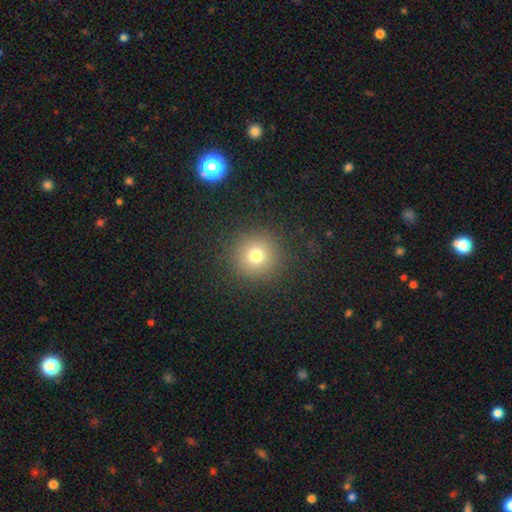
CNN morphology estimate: Q: Smooth or featured?
A: smooth (75%); runner-up: star or artifact (16%)
Q: How rounded?
A: round (95%); runner-up: in between (4%)
Q: Merging?
A: none (90%); runner-up: minor disturbance (6%)